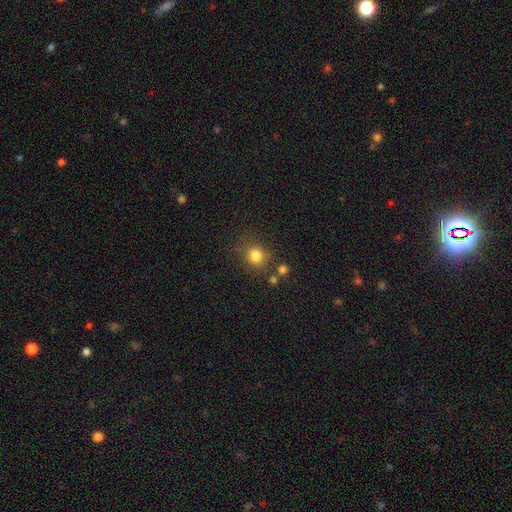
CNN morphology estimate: smooth_or_featured: smooth (p=0.81) [alt: star or artifact p=0.13]
how_rounded: round (p=0.79) [alt: in between p=0.20]
merging: none (p=0.76) [alt: minor disturbance p=0.12]